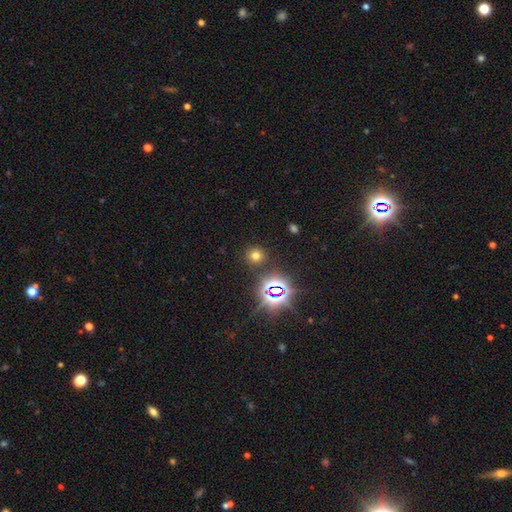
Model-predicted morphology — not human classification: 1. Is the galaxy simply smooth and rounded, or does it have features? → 63% smooth, 29% star or artifact, 7% featured or disk.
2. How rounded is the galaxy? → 90% round, 9% in between, 1% cigar-shaped.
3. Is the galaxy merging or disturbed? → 87% none, 7% minor disturbance, 3% merger, 3% major disturbance.